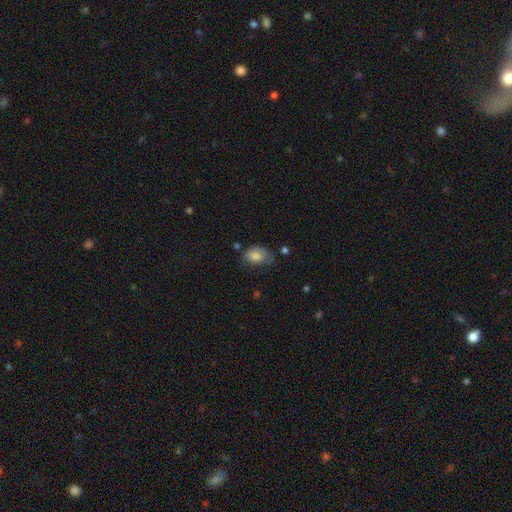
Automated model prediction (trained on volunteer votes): A smooth galaxy with no disk features (81%) that is in between round and cigar-shaped (83%). Merging: none (40%).